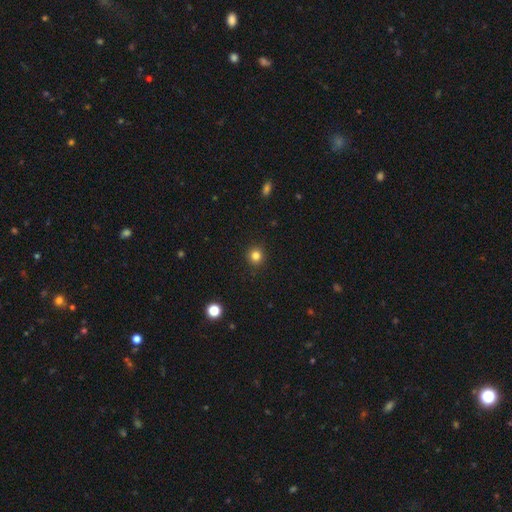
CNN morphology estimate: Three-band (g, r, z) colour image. It shows a smooth galaxy with no disk features (83%) that is round (93%). Merging: none (92%).